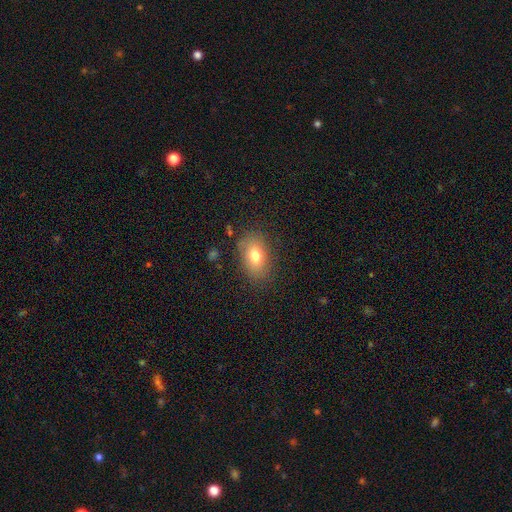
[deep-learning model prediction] This appears to be a smooth galaxy with no disk features (75%) that is in between round and cigar-shaped (81%). Merging: none (80%).